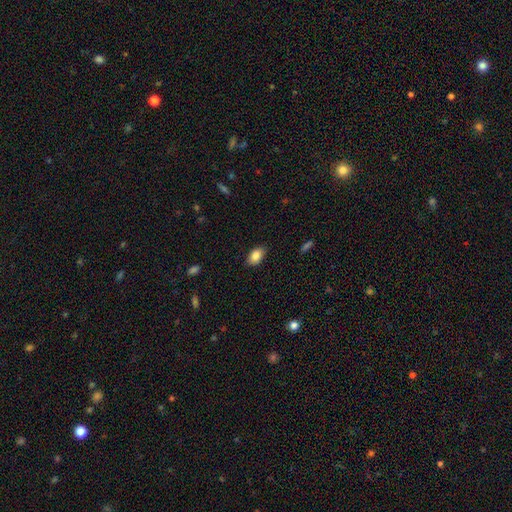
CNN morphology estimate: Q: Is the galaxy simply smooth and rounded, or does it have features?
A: smooth — 84%.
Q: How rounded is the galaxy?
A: in between — 90%.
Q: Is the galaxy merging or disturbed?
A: none — 86%.